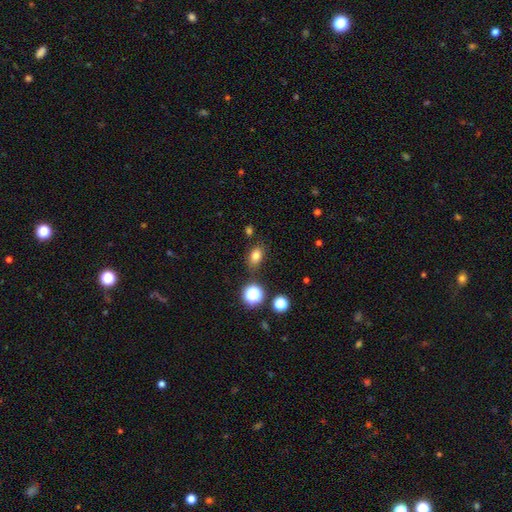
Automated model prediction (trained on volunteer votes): This appears to be a smooth galaxy with no disk features (78%) that is in between round and cigar-shaped (74%). Merging: none (78%).